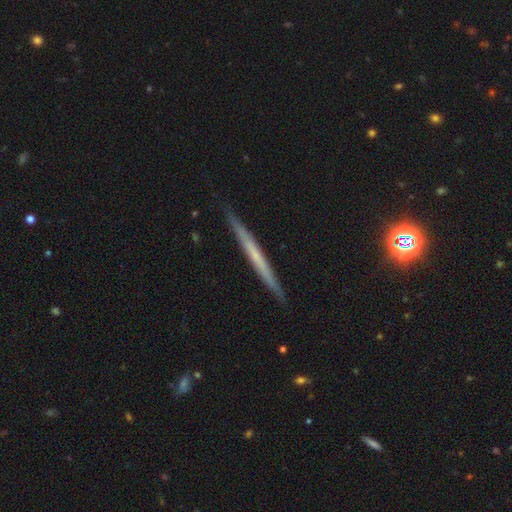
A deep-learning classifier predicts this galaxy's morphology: This is possibly a featured or disk galaxy (55%). It is clearly viewed edge-on (97%). Edge-on bulge: clearly none (85%). Merging: clearly none (91%).